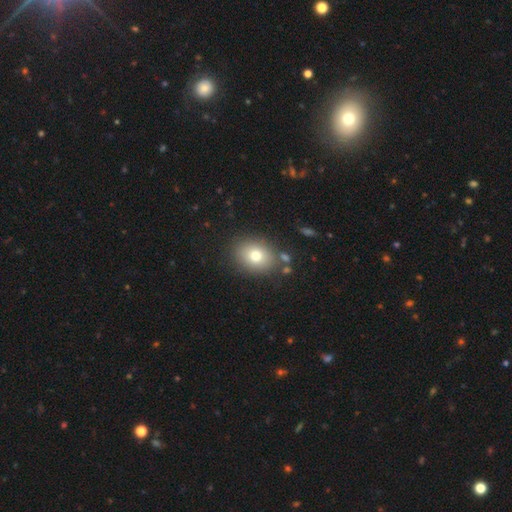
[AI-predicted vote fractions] A smooth galaxy with no disk features (76%) that is round (50%). Merging: none (82%).